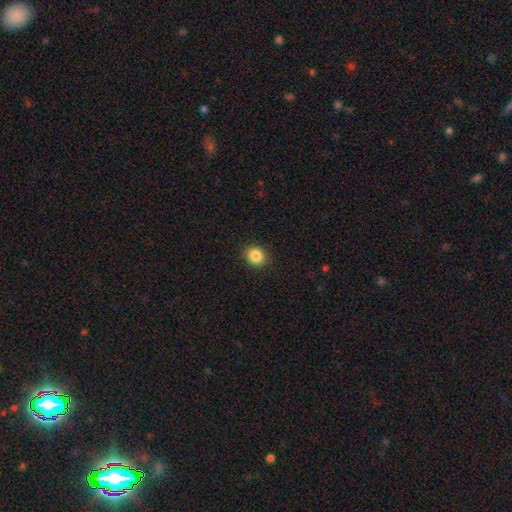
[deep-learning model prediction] This is clearly a smooth galaxy (86%). How rounded: likely round (78%). Merging: clearly none (89%).